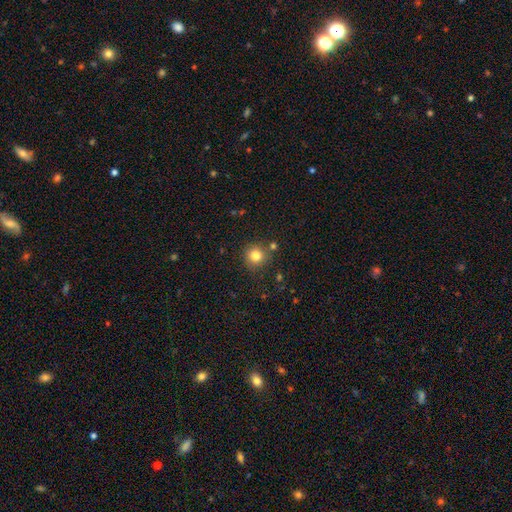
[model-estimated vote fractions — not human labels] Smooth or featured? Predicted: smooth (p=0.81). How rounded? Predicted: round (p=0.92). Merging? Predicted: none (p=0.80).